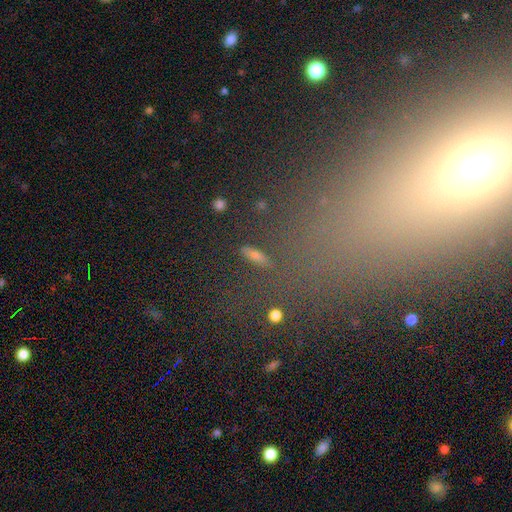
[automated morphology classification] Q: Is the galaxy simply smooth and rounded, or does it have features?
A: smooth — 66%.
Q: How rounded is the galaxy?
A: in between — 52%.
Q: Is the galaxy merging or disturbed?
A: none — 81%.